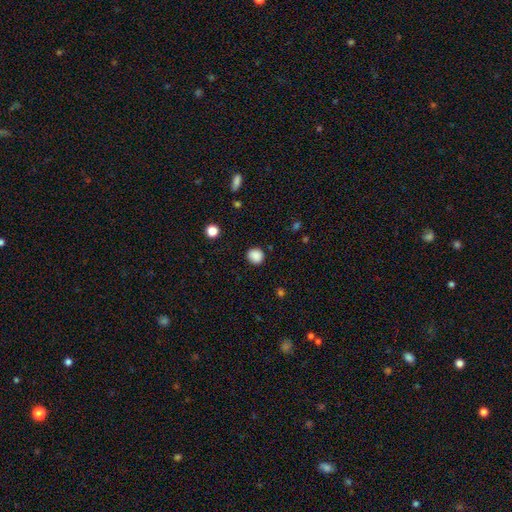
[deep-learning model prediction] Q: Smooth or featured?
A: smooth (87%); runner-up: star or artifact (10%)
Q: How rounded?
A: round (86%); runner-up: in between (13%)
Q: Merging?
A: none (88%); runner-up: minor disturbance (8%)